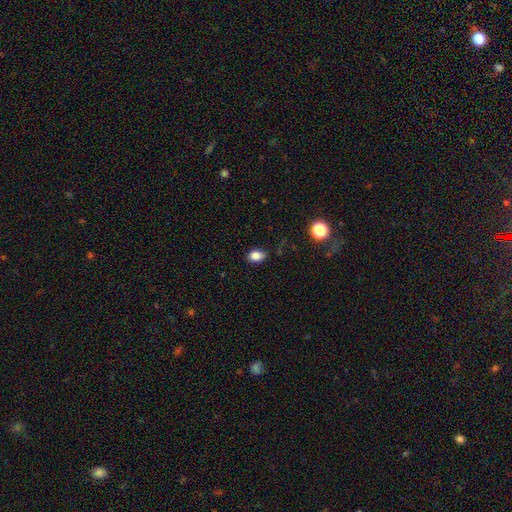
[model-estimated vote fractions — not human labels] Overall: smooth (84%). How rounded: in between (80%). Merging: none (76%).